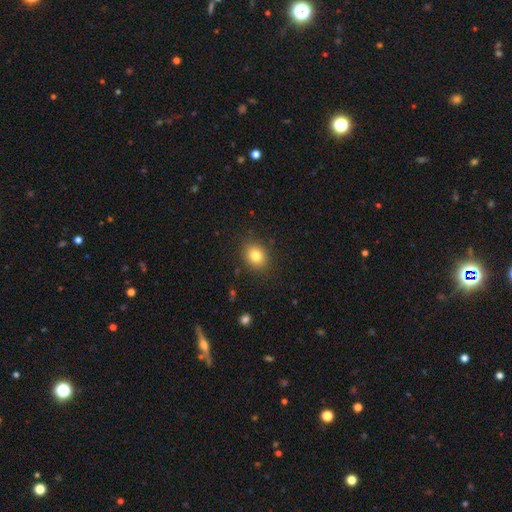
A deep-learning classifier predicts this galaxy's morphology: Overall: smooth (81%). How rounded: round (63%; in between 36%). Merging: none (87%).